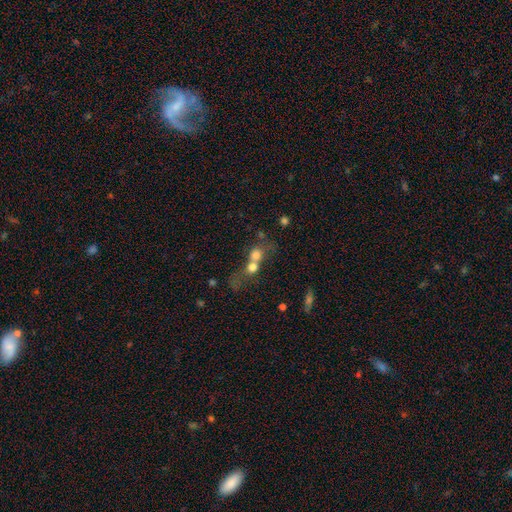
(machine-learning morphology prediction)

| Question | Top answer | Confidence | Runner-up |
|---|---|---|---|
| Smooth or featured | smooth | 69% | featured or disk (18%) |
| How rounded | round | 76% | in between (22%) |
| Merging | merger | 70% | none (19%) |